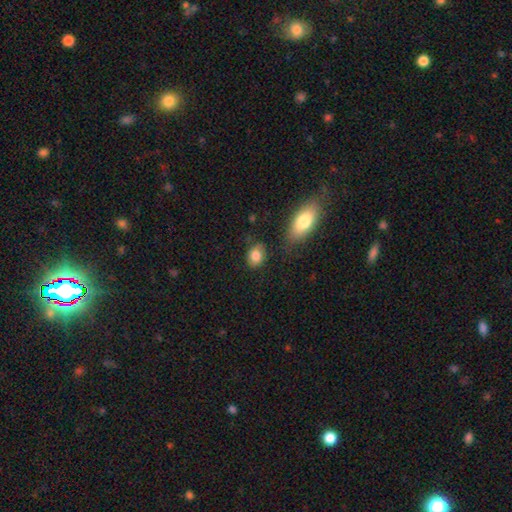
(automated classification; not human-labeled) This is clearly a smooth galaxy (84%). How rounded: likely in between (63%). Merging: likely none (74%).